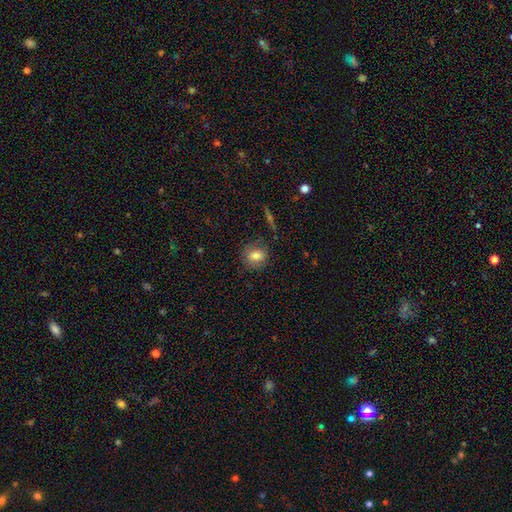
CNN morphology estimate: Smooth or featured? smooth (79%)
How rounded? round (71%)
Merging? none (80%)